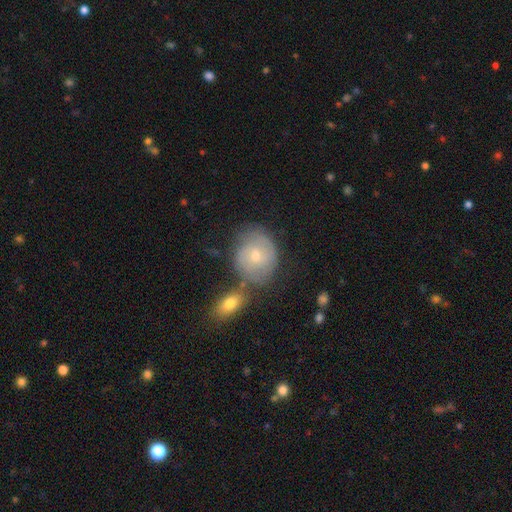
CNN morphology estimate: A featured or disk galaxy (52%) with no bar (61%), spiral arms (79%) and a small central bulge (58%).

Vote fractions:
- Smooth or featured? featured or disk: 52% / smooth: 40% / star or artifact: 8%
- Edge-on disk? no: 96% / yes: 4%
- Bar? no: 61% / weak: 34% / strong: 5%
- Spiral arms? yes: 79% / no: 21%
- Bulge size? small: 58% / moderate: 38% / none: 1% / large: 1% / dominant: 1%
- Merging? none: 58% / minor disturbance: 19% / merger: 17% / major disturbance: 6%